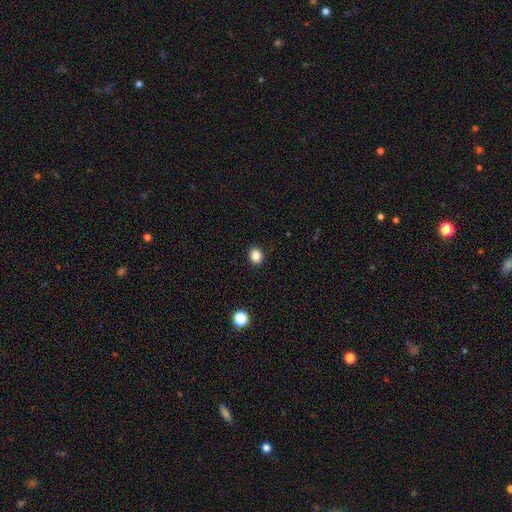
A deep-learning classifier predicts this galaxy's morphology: Q: Smooth or featured?
A: smooth (85%); runner-up: star or artifact (11%)
Q: How rounded?
A: round (57%); runner-up: in between (42%)
Q: Merging?
A: none (91%); runner-up: minor disturbance (6%)